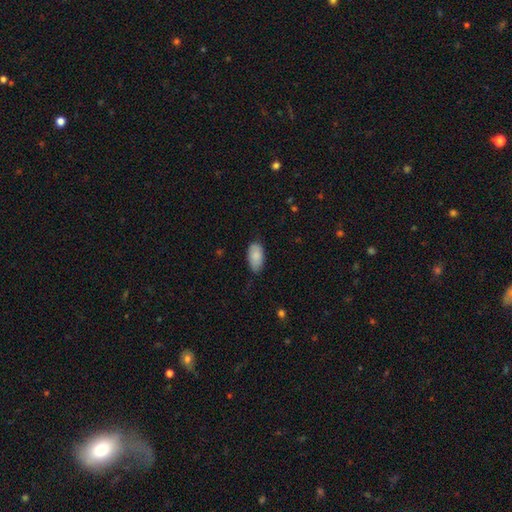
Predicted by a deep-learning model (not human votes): A smooth galaxy with no disk features (86%) that is in between round and cigar-shaped (94%). Merging: none (71%).